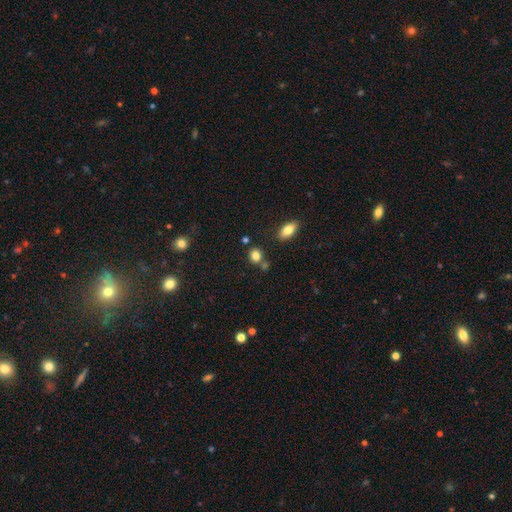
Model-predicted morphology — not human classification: type=smooth (82%); roundness=round (71%); merging=none (67%).